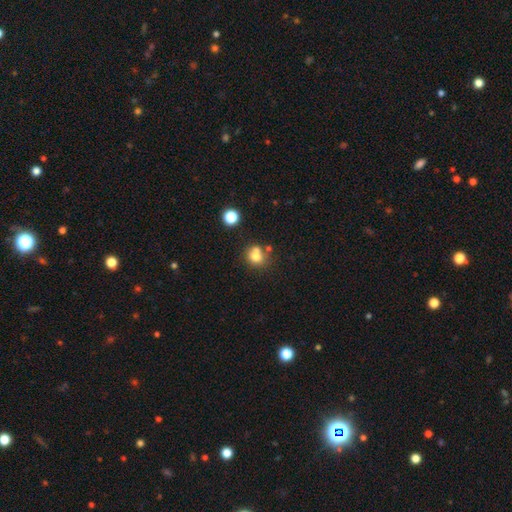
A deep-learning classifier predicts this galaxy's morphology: Smooth or featured? Predicted: smooth (p=0.73). How rounded? Predicted: round (p=0.78). Merging? Predicted: none (p=0.50).